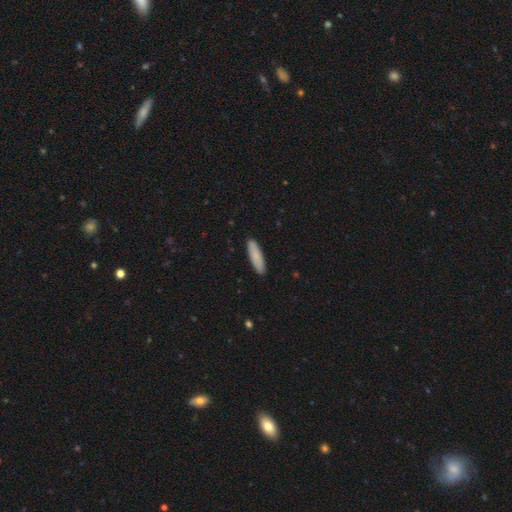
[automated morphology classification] Smooth or featured: smooth — 86% (featured or disk — 9%)
How rounded: cigar-shaped — 71% (in between — 27%)
Merging: none — 90% (minor disturbance — 8%)